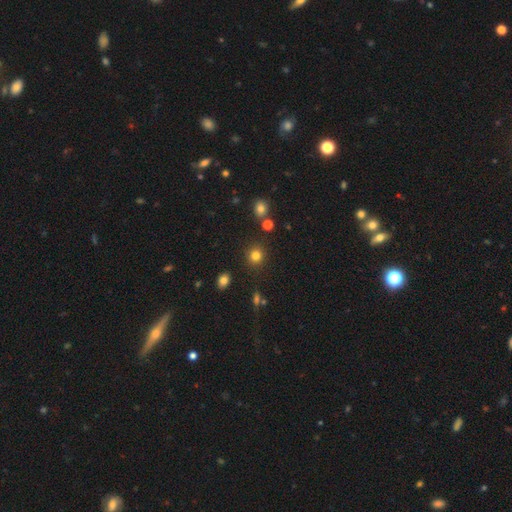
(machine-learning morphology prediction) type=smooth (81%); roundness=round (90%); merging=none (87%).